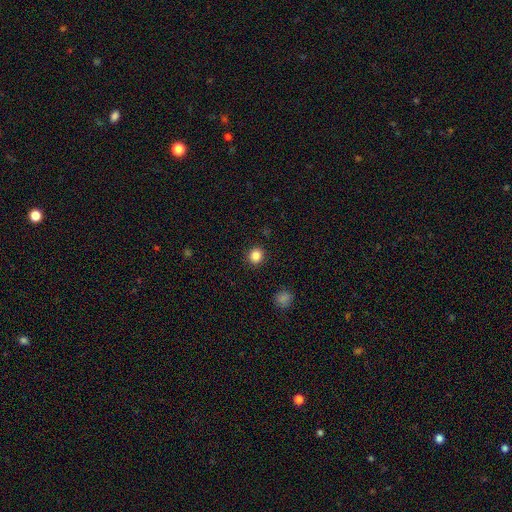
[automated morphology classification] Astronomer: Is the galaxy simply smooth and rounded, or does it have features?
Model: smooth — 85%.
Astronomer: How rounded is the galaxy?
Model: round — 86%.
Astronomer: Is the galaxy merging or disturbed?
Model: none — 91%.